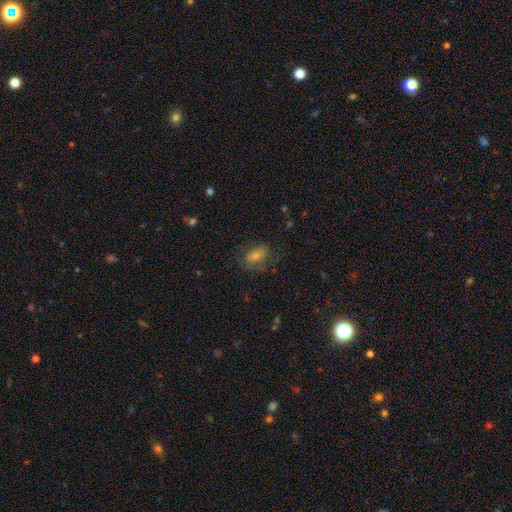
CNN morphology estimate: smooth 67%, featured or disk 23%, star or artifact 10%. Down the decision tree: how rounded — in between (79%); merging — none (62%).